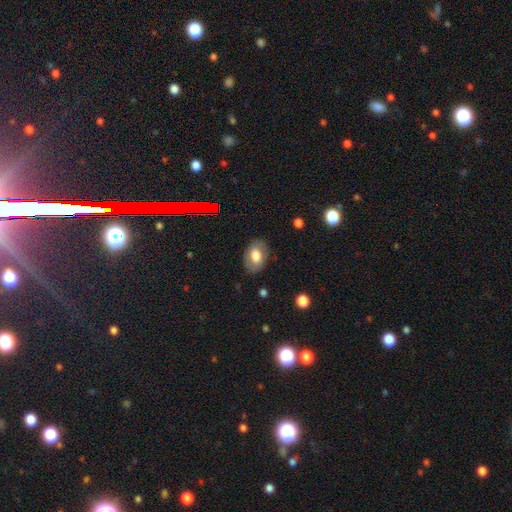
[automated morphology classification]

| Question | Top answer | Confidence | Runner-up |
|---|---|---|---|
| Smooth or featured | smooth | 67% | featured or disk (25%) |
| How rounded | in between | 86% | round (13%) |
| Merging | none | 81% | minor disturbance (13%) |